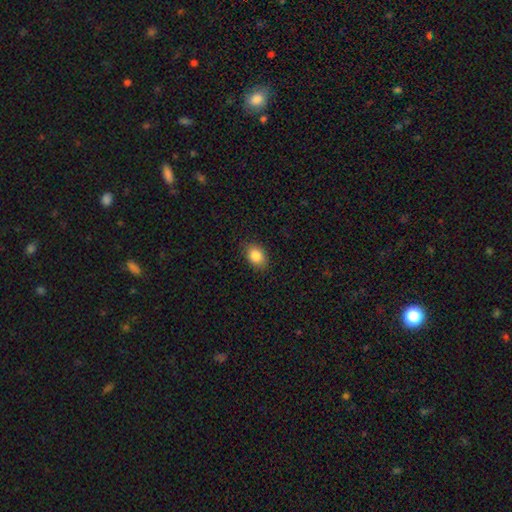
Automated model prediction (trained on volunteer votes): This is clearly a smooth galaxy (86%). How rounded: likely in between (74%). Merging: clearly none (86%).